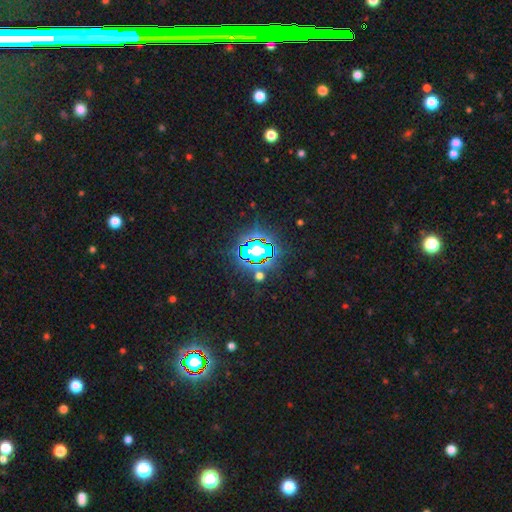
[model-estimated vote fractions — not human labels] A star or artifact, not a galaxy (81%).